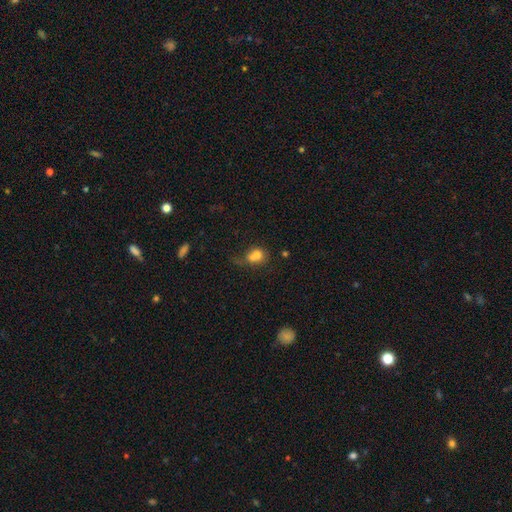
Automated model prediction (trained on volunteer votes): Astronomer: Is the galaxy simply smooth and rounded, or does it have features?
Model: smooth — 72%.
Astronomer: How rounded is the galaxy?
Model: round — 56% (runner-up: in between, 42%).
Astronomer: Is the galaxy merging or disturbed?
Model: merger — 55%.